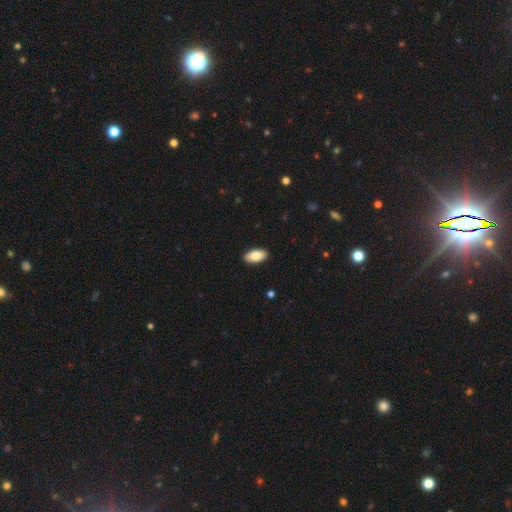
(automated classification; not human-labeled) Smooth or featured? smooth (85%)
How rounded? in between (93%)
Merging? none (90%)